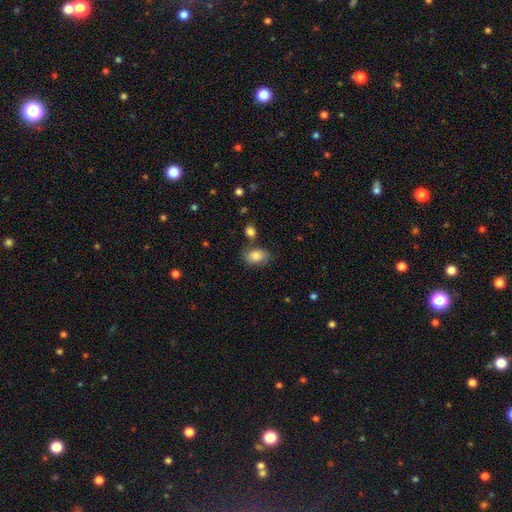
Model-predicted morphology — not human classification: Smooth or featured? smooth (85%)
How rounded? in between (82%)
Merging? none (68%)